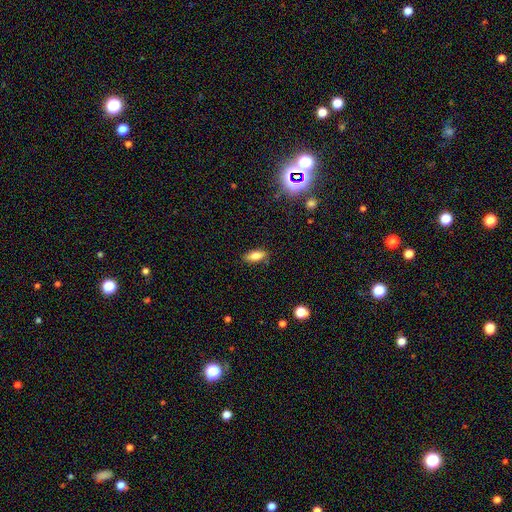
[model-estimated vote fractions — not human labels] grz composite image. It shows a smooth galaxy with no disk features (79%) that is in between round and cigar-shaped (78%). Merging: none (85%).